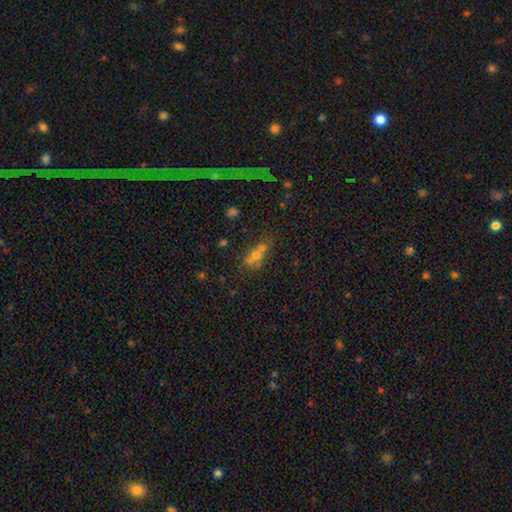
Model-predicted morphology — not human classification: This appears to be a smooth galaxy with no disk features (56%) that is round (60%). Merging: merger (54%).